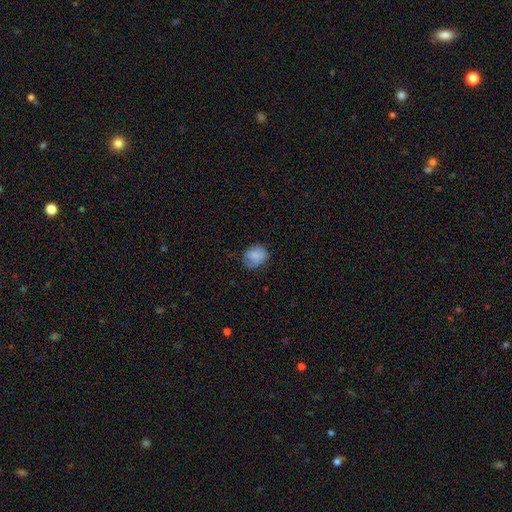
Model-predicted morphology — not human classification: smooth-or-featured: smooth: 77% | featured or disk: 14% | star or artifact: 9%
  how-rounded: round: 57% | in between: 42% | cigar-shaped: 1%
  merging: none: 67% | minor disturbance: 24% | major disturbance: 8% | merger: 1%